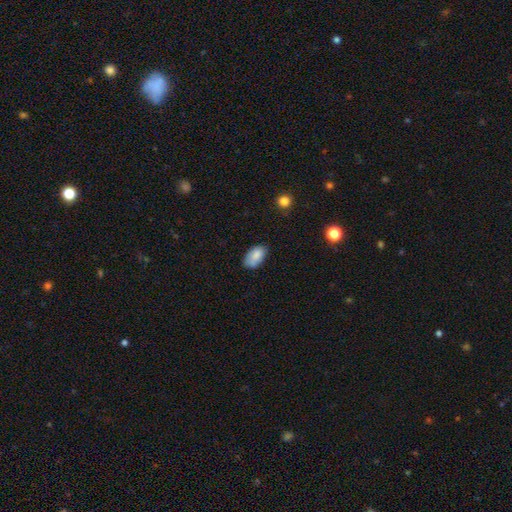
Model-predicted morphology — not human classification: smooth_or_featured: smooth (p=0.82) [alt: featured or disk p=0.10]
how_rounded: in between (p=0.94) [alt: round p=0.04]
merging: none (p=0.66) [alt: minor disturbance p=0.26]